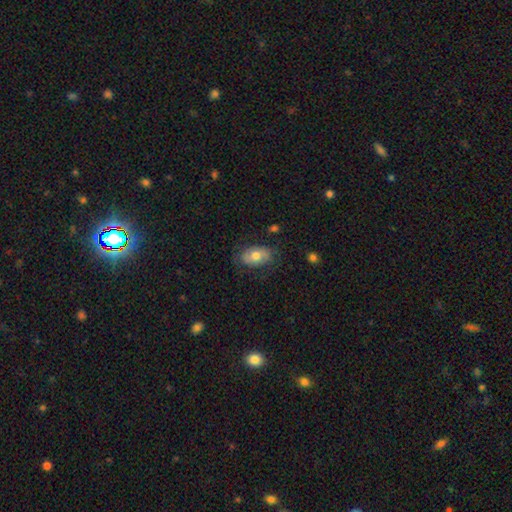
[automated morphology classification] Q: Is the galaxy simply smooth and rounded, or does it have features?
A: smooth — 61%.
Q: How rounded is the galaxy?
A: in between — 88%.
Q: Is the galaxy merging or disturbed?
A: none — 73%.